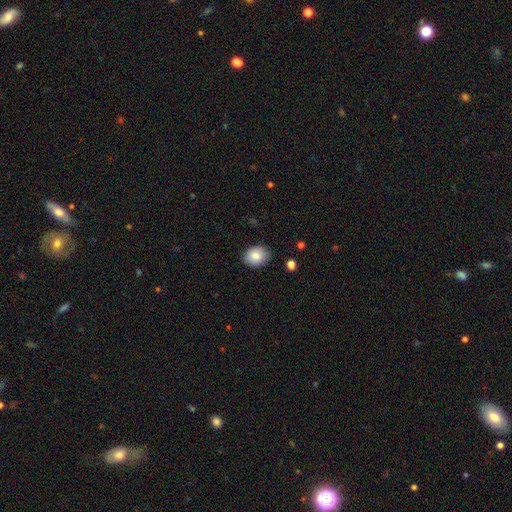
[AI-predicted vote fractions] smooth_or_featured: smooth (p=0.81) [alt: featured or disk p=0.11]
how_rounded: in between (p=0.60) [alt: round p=0.39]
merging: none (p=0.86) [alt: minor disturbance p=0.10]